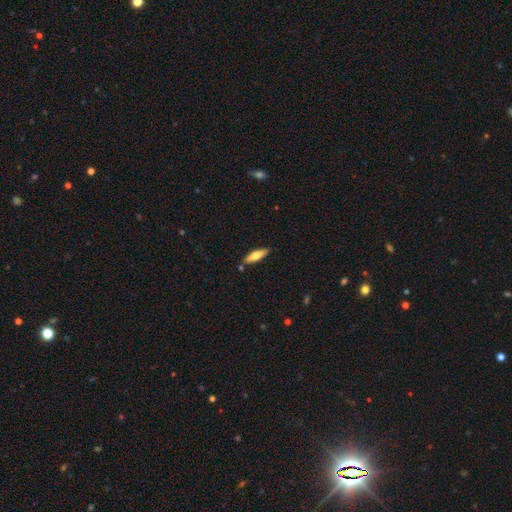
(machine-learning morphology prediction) Smooth or featured? Predicted: smooth (p=0.65). How rounded? Predicted: cigar-shaped (p=0.65). Merging? Predicted: none (p=0.83).